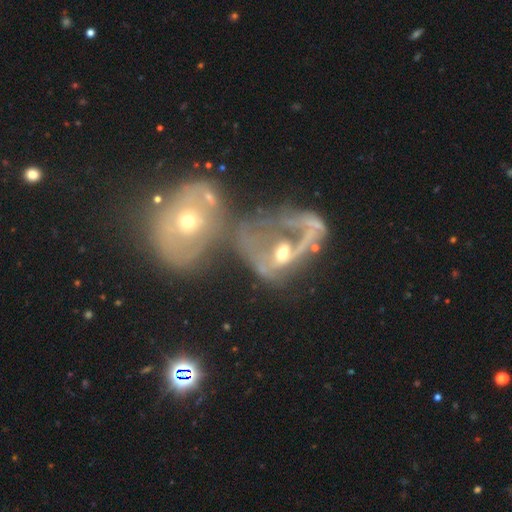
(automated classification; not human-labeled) This is likely a featured or disk galaxy (63%). It is clearly not viewed edge-on (95%). Bar: likely no (67%). Spiral arm pattern: possibly no (59%). Central bulge: possibly moderate (59%). Merging: likely merger (70%).